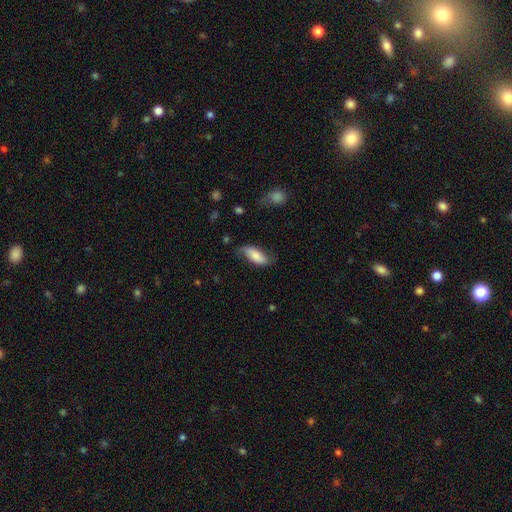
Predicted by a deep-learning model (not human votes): A smooth galaxy with no disk features (70%) that is in between round and cigar-shaped (83%). Merging: none (60%).